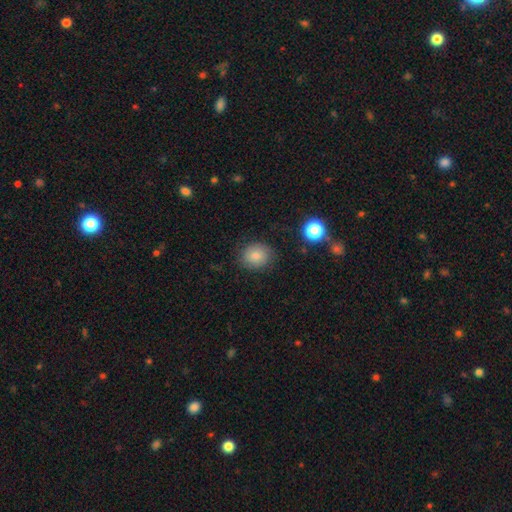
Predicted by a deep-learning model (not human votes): Morphology: type=smooth (81%); roundness=round (68%); merging=none (82%).